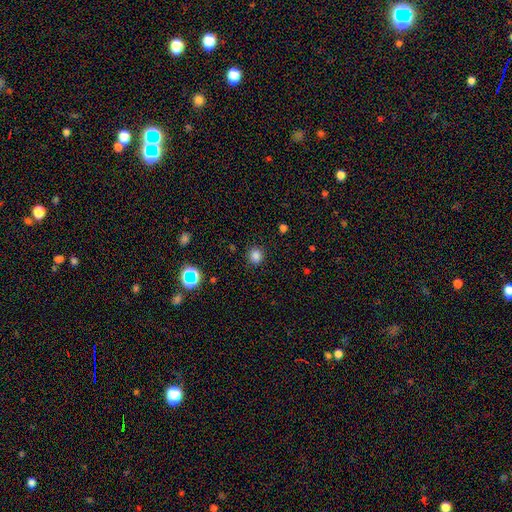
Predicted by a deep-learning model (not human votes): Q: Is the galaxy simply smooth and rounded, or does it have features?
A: smooth — 82%.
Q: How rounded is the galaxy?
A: round — 86%.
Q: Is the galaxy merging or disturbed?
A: none — 89%.